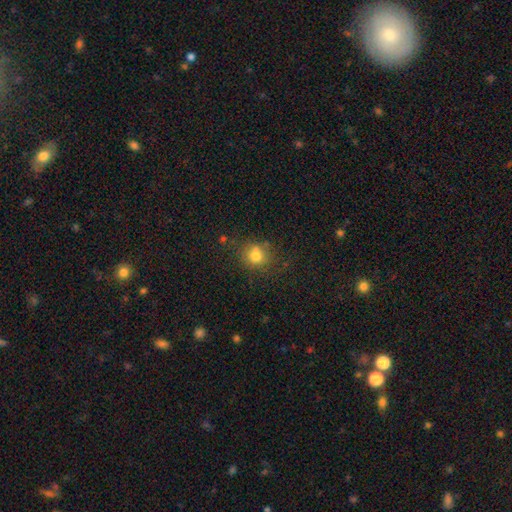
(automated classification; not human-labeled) This is likely a smooth galaxy (76%). How rounded: likely round (79%). Merging: likely none (67%).